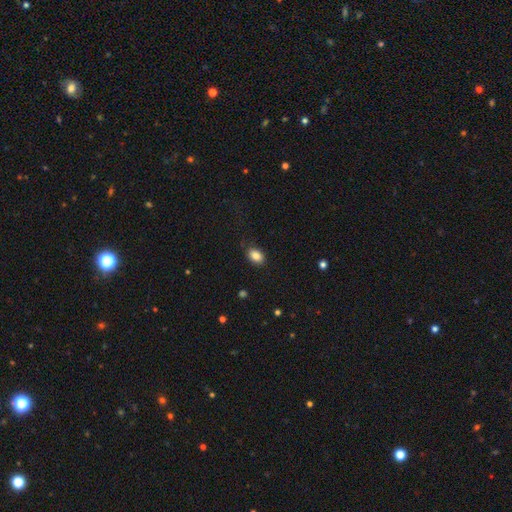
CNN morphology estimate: smooth_or_featured: smooth (p=0.85) [alt: star or artifact p=0.09]
how_rounded: in between (p=0.81) [alt: round p=0.18]
merging: none (p=0.85) [alt: minor disturbance p=0.12]